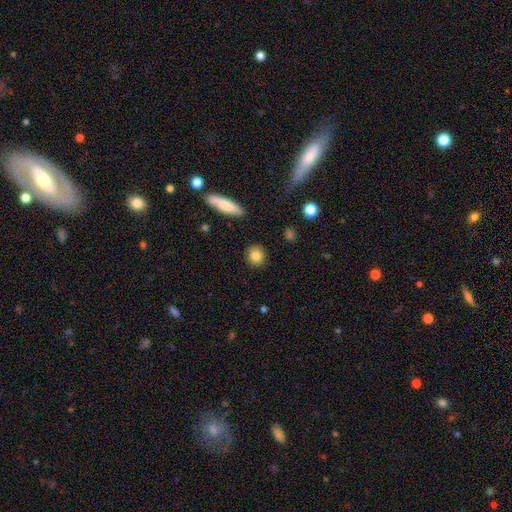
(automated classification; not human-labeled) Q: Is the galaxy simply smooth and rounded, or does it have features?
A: smooth — 85%.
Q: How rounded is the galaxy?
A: round — 82%.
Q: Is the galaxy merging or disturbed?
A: none — 90%.